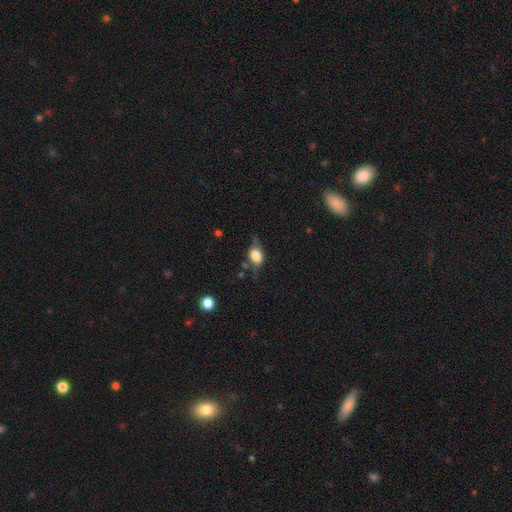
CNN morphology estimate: This appears to be a smooth galaxy with no disk features (64%) that is in between round and cigar-shaped (74%). Merging: none (55%).